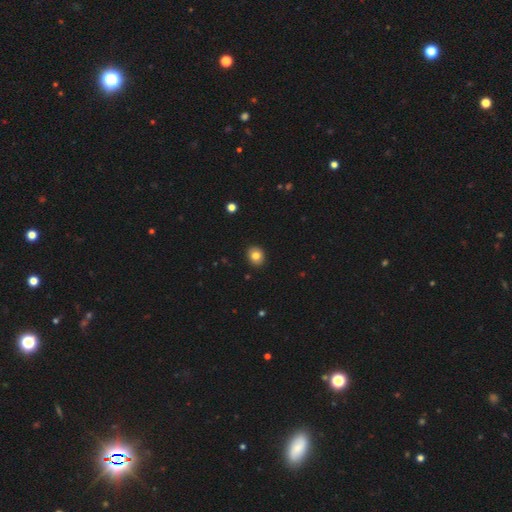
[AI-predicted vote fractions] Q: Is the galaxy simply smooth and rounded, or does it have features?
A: smooth — 82%.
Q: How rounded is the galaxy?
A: round — 64%.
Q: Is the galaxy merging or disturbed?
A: none — 91%.